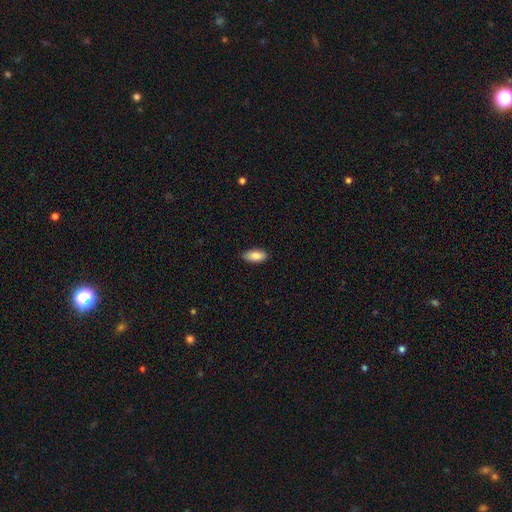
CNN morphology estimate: Q: Smooth or featured?
A: smooth (86%); runner-up: featured or disk (7%)
Q: How rounded?
A: in between (90%); runner-up: cigar-shaped (7%)
Q: Merging?
A: none (83%); runner-up: minor disturbance (14%)